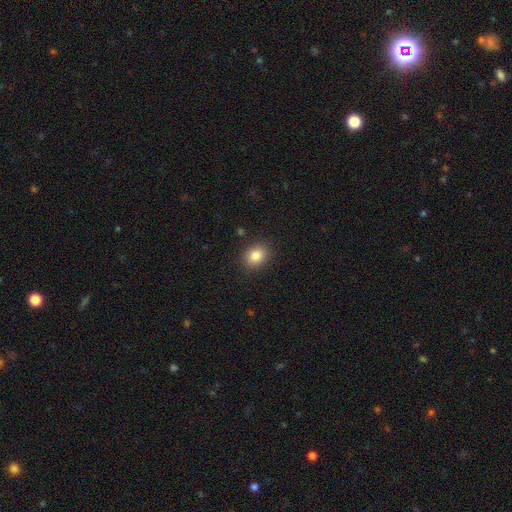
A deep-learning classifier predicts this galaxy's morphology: A smooth galaxy with no disk features (83%) that is round (55%). Merging: none (89%).